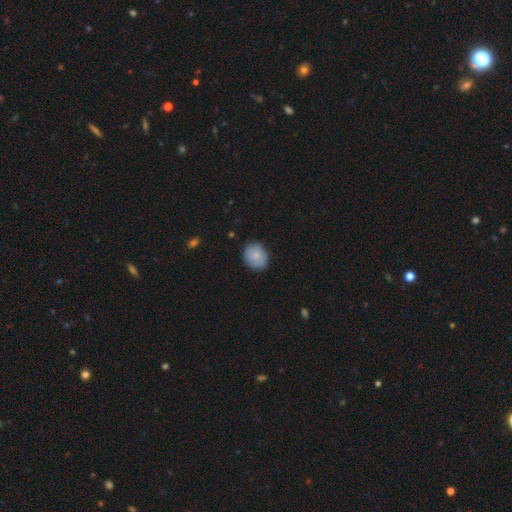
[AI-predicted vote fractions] smooth_or_featured: smooth (p=0.82) [alt: featured or disk p=0.11]
how_rounded: round (p=0.63) [alt: in between p=0.36]
merging: none (p=0.83) [alt: minor disturbance p=0.13]